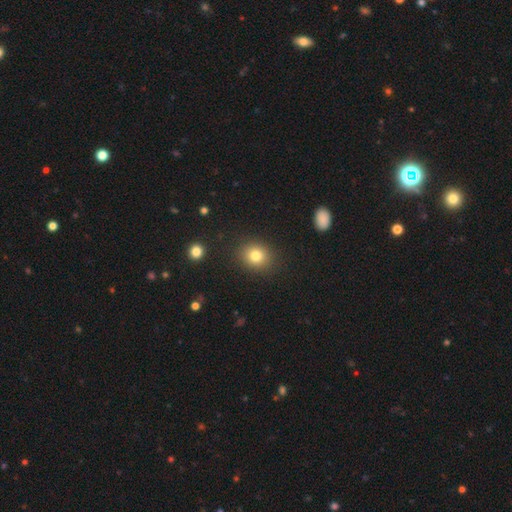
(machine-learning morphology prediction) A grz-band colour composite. It shows a smooth galaxy with no disk features (81%) that is round (70%). Merging: none (87%).